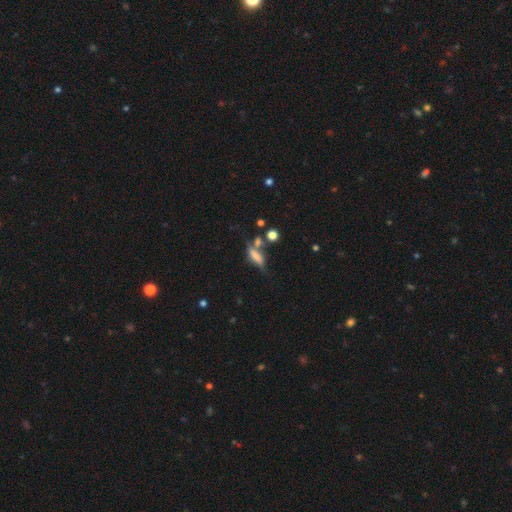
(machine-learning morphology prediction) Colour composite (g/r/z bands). It shows a smooth galaxy with no disk features (58%) that is cigar-shaped (49%). Merging: none (39%).